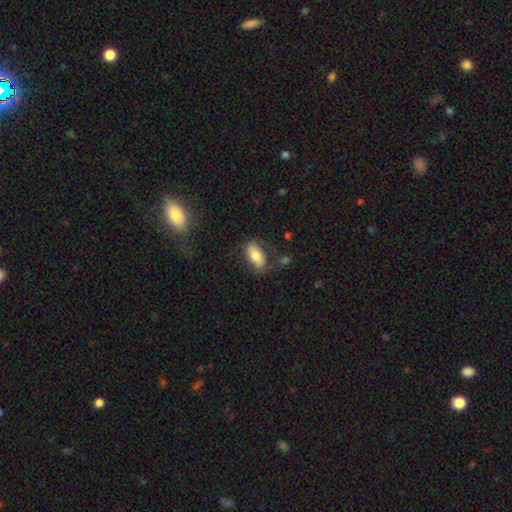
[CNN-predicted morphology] smooth-or-featured: smooth: 75% | featured or disk: 18% | star or artifact: 7%
  how-rounded: in between: 91% | cigar-shaped: 5% | round: 4%
  merging: none: 70% | minor disturbance: 18% | major disturbance: 7% | merger: 4%